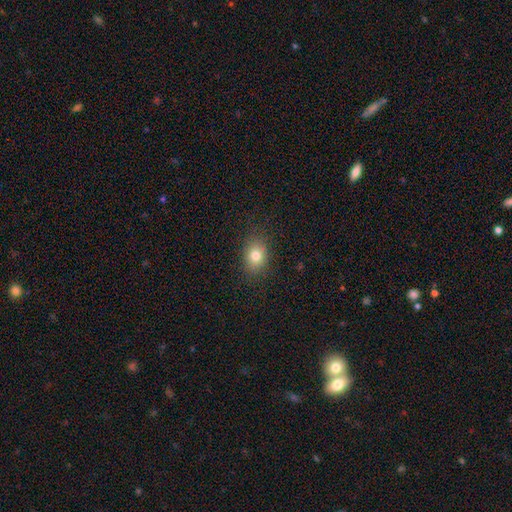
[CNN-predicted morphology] Smooth or featured?
  - smooth: 80% *
  - star or artifact: 11%
  - featured or disk: 9%
How rounded?
  - in between: 64% *
  - round: 34%
  - cigar-shaped: 1%
Merging?
  - none: 86% *
  - minor disturbance: 10%
  - major disturbance: 3%
  - merger: 1%